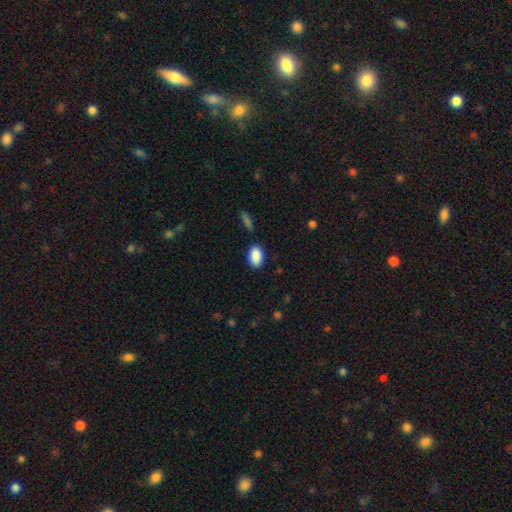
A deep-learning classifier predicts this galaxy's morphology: The model was most divided on "merging": none: 85%, minor disturbance: 11%, major disturbance: 2%, merger: 2%. More confident: smooth or featured — smooth (89%); how rounded — in between (89%).